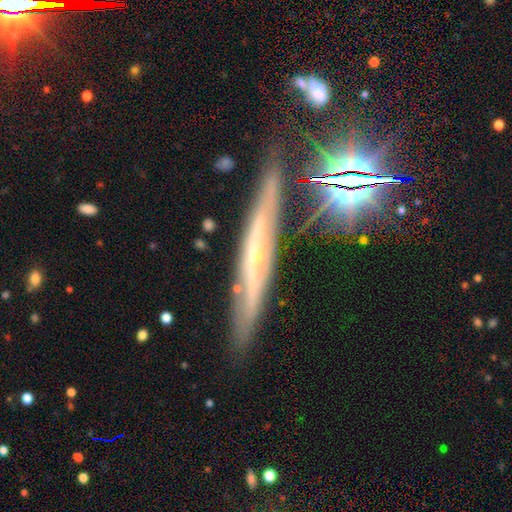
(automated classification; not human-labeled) A featured or disk galaxy (74%) viewed edge-on (83%) with a rounded central bulge (61%). Merging: none (81%).